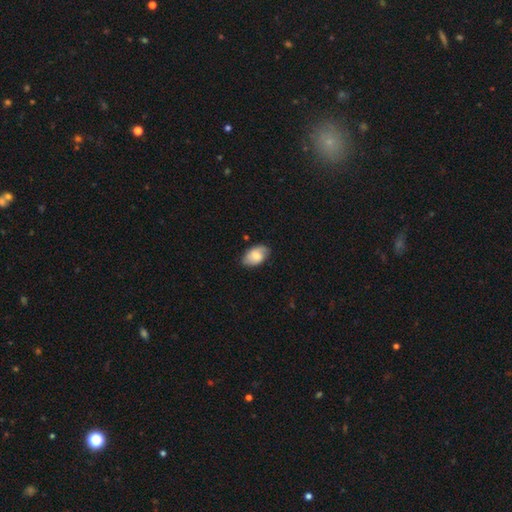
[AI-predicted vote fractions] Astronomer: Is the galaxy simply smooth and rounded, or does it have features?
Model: smooth — 65%.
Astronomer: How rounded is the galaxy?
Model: in between — 91%.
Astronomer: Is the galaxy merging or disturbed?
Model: none — 76%.